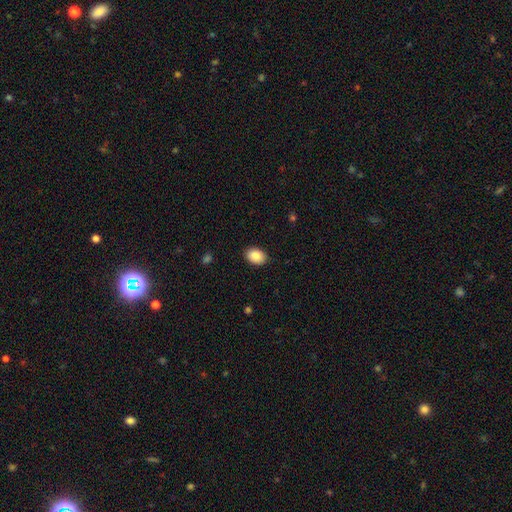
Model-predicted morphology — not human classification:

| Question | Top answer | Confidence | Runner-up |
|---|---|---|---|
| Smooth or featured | smooth | 87% | star or artifact (7%) |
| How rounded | in between | 77% | round (22%) |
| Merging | none | 89% | minor disturbance (8%) |